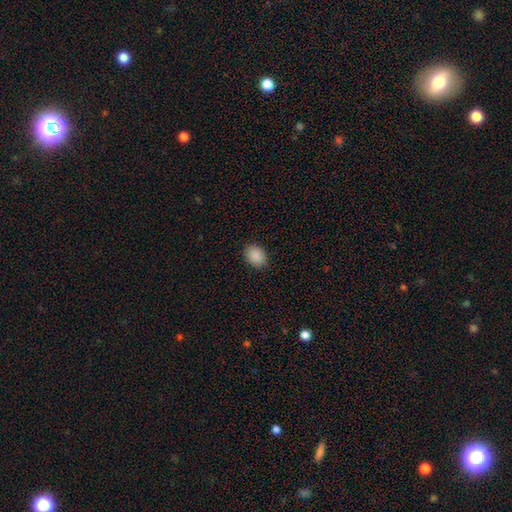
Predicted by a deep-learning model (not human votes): Smooth or featured? smooth (89%)
How rounded? in between (60%)
Merging? none (88%)